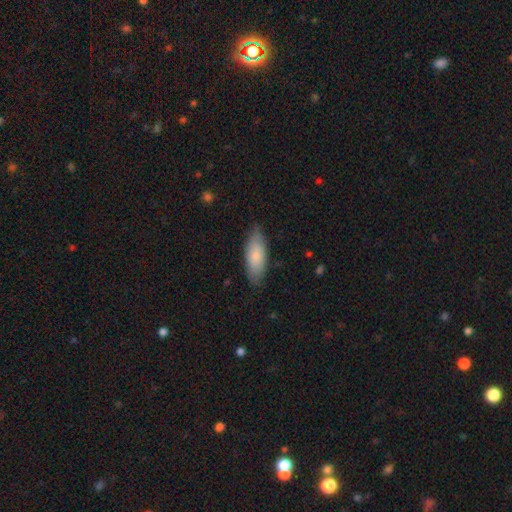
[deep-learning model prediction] This is clearly a smooth galaxy (80%). How rounded: likely in between (72%). Merging: clearly none (82%).